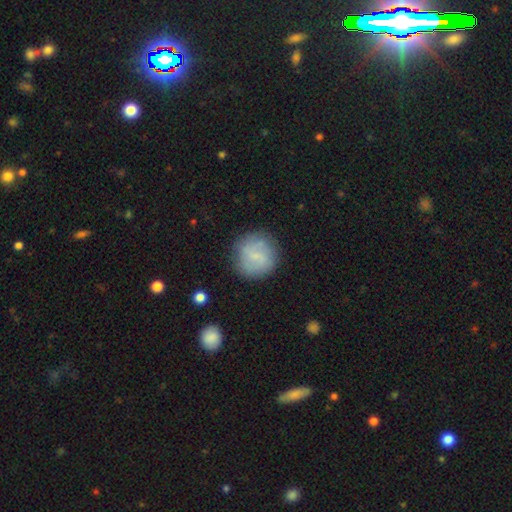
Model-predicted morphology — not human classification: This is likely a smooth galaxy (64%). How rounded: clearly round (91%). Merging: likely none (77%).